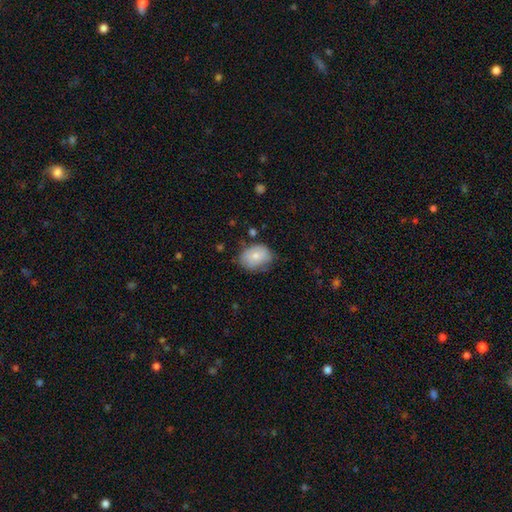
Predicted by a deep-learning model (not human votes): Q: Smooth or featured?
A: smooth (77%); runner-up: featured or disk (16%)
Q: How rounded?
A: in between (65%); runner-up: round (34%)
Q: Merging?
A: none (63%); runner-up: minor disturbance (28%)